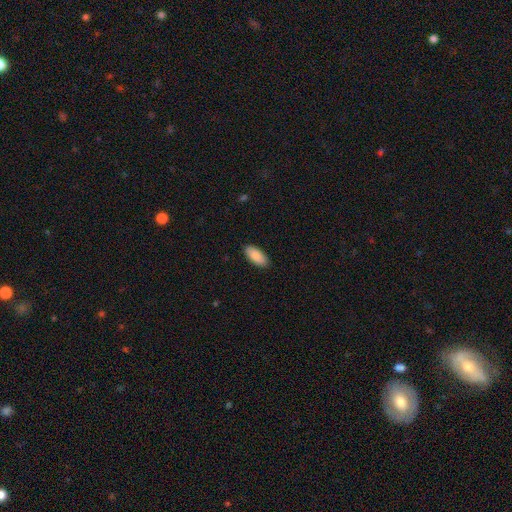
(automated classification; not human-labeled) Morphology: type=smooth (87%); roundness=in between (90%); merging=none (89%).